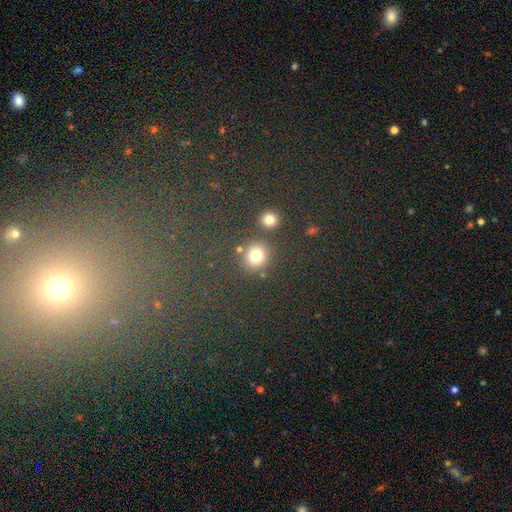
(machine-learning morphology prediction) A smooth galaxy with no disk features (77%) that is round (88%). Merging: none (75%).